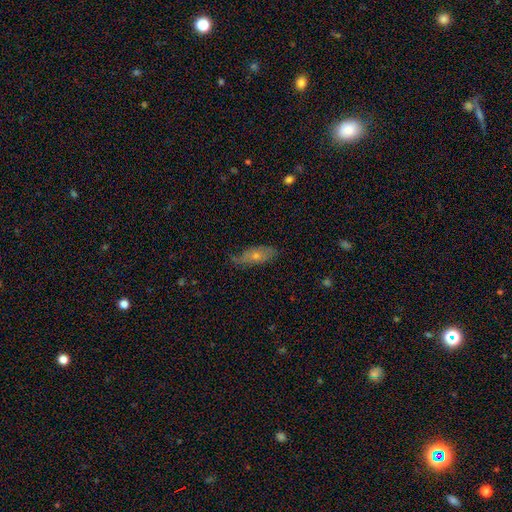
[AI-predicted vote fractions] Smooth or featured? Predicted: smooth (p=0.54). How rounded? Predicted: in between (p=0.71). Merging? Predicted: none (p=0.62).